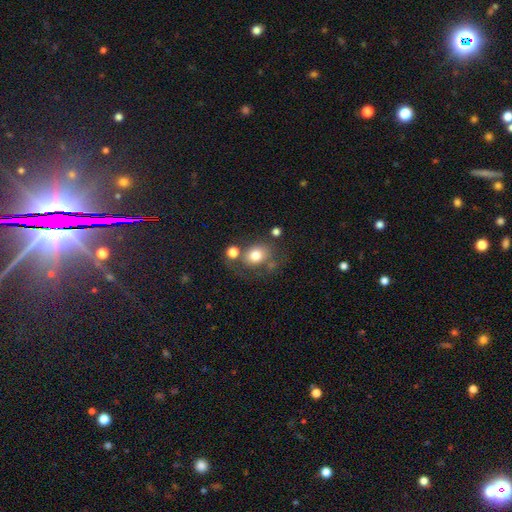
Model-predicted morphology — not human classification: smooth_or_featured: smooth (p=0.74) [alt: featured or disk p=0.15]
how_rounded: round (p=0.61) [alt: in between p=0.38]
merging: none (p=0.52) [alt: merger p=0.19]